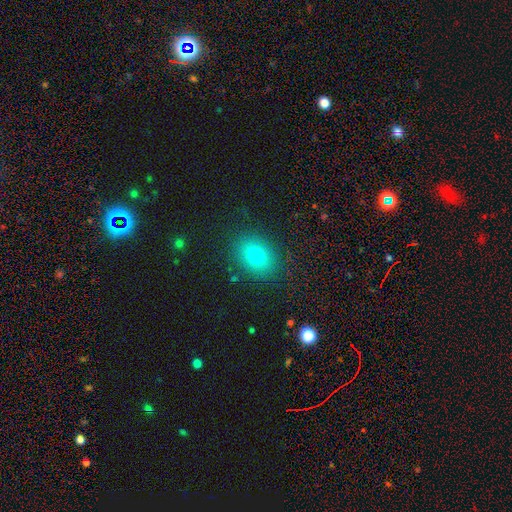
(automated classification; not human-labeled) Smooth or featured? smooth (76%)
How rounded? in between (64%)
Merging? none (87%)